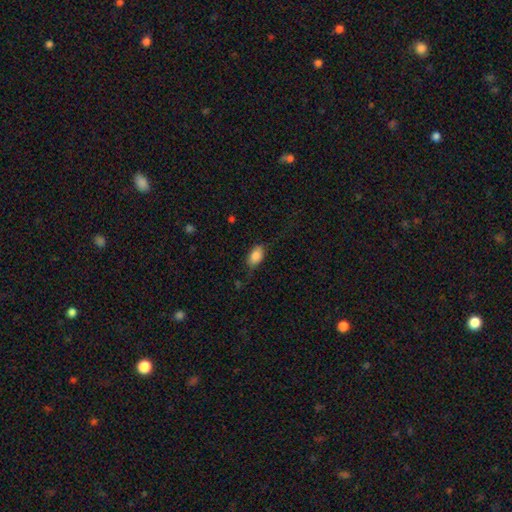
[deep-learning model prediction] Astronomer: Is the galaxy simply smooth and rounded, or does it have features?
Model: smooth — 86%.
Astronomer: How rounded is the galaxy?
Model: in between — 90%.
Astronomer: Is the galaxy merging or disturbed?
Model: none — 68%.